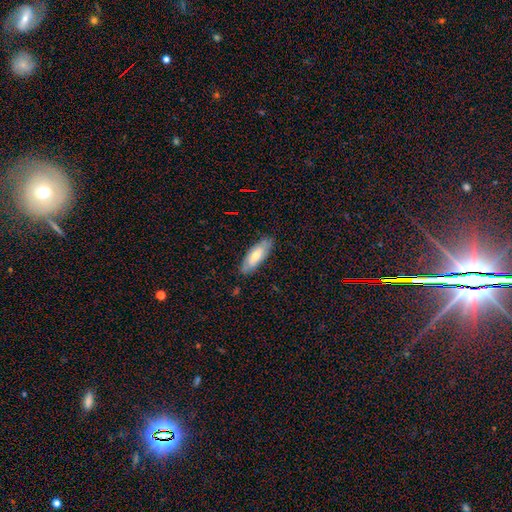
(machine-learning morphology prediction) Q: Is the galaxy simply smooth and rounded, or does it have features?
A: smooth — 64%.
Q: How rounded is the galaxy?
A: in between — 70%.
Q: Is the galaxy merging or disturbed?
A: none — 83%.